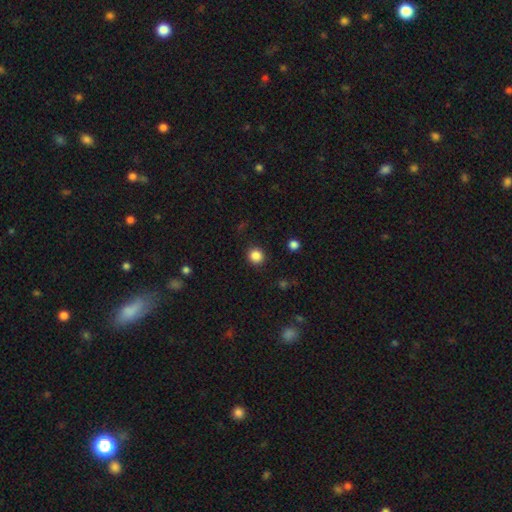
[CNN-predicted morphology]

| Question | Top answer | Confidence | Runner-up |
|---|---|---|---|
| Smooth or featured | smooth | 85% | star or artifact (11%) |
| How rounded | round | 90% | in between (9%) |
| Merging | none | 91% | minor disturbance (6%) |